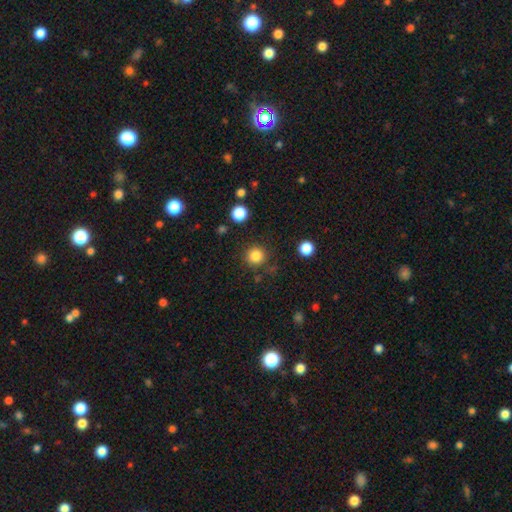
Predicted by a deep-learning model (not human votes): A smooth galaxy with no disk features (84%) that is round (93%). Merging: none (86%).